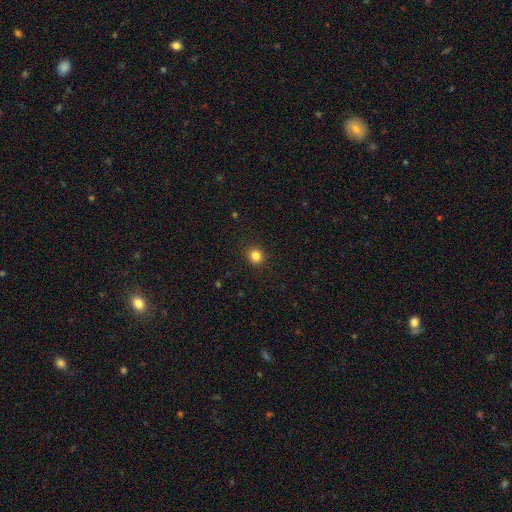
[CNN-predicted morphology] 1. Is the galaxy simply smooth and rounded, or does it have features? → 84% smooth, 12% star or artifact, 4% featured or disk.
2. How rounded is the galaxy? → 86% round, 13% in between, 1% cigar-shaped.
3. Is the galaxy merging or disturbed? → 91% none, 6% minor disturbance, 2% major disturbance, 1% merger.